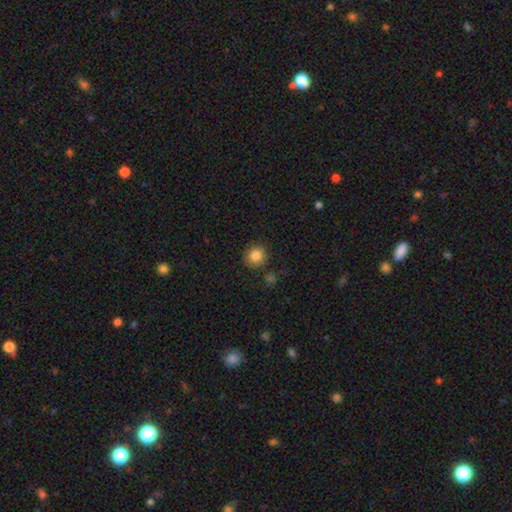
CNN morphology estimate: smooth-or-featured: smooth: 86% | star or artifact: 10% | featured or disk: 5%
  how-rounded: round: 85% | in between: 14% | cigar-shaped: 1%
  merging: none: 84% | minor disturbance: 10% | merger: 4% | major disturbance: 3%